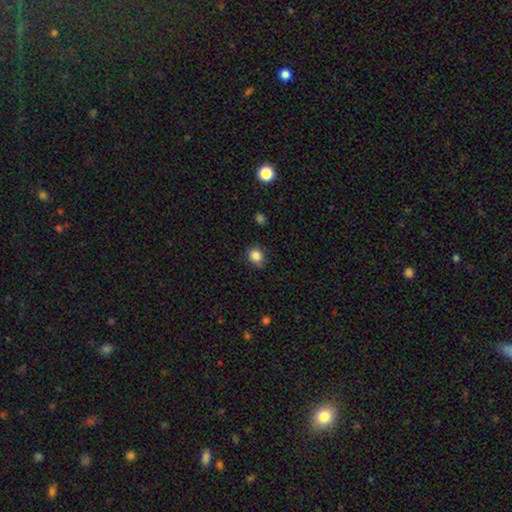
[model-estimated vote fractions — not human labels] A smooth galaxy with no disk features (85%) that is round (75%).

Vote fractions:
- Smooth or featured? smooth: 85% / star or artifact: 11% / featured or disk: 4%
- How rounded? round: 75% / in between: 24% / cigar-shaped: 1%
- Merging? none: 81% / minor disturbance: 15% / major disturbance: 3% / merger: 2%